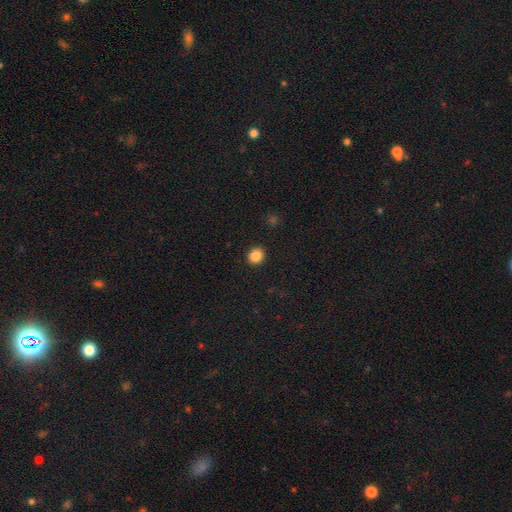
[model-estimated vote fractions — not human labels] Smooth or featured?
  - smooth: 86% *
  - star or artifact: 11%
  - featured or disk: 4%
How rounded?
  - round: 78% *
  - in between: 21%
  - cigar-shaped: 1%
Merging?
  - none: 92% *
  - minor disturbance: 5%
  - major disturbance: 2%
  - merger: 1%